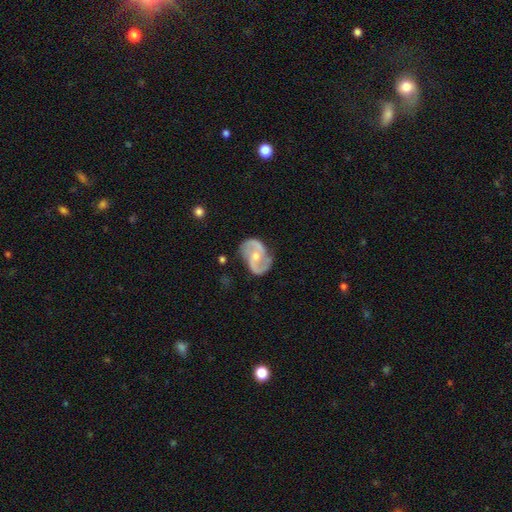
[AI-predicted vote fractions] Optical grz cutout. It shows a featured or disk galaxy (88%) with no bar (49%), 2 (93%) medium (51%) spiral arms (96%) and a moderate central bulge (57%). Merging: none (76%).